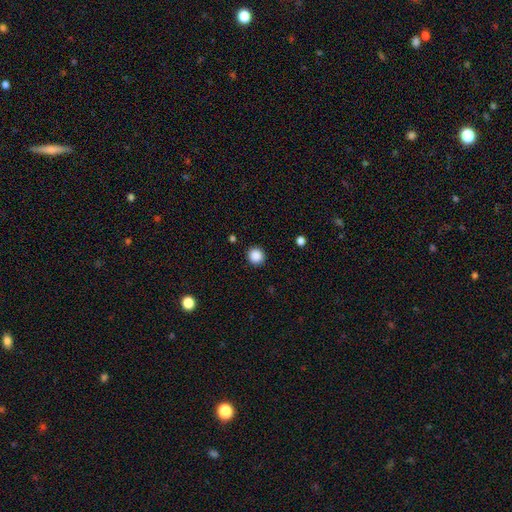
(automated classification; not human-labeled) The model was most divided on "smooth or featured": smooth: 88%, star or artifact: 10%, featured or disk: 3%. More confident: how rounded — round (91%); merging — none (91%).